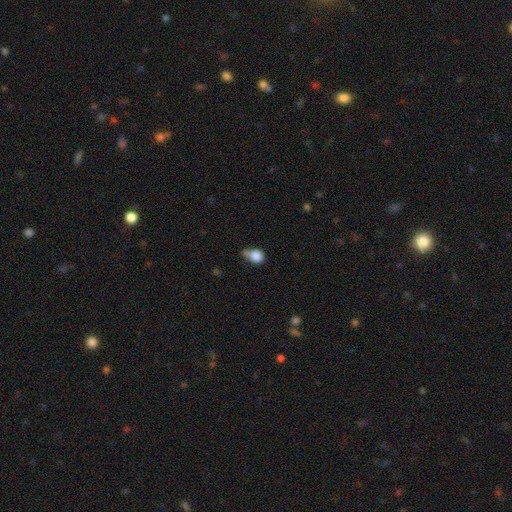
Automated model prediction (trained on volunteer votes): smooth 82%, star or artifact 10%, featured or disk 8%. Down the decision tree: how rounded — round (61%); merging — none (34%).